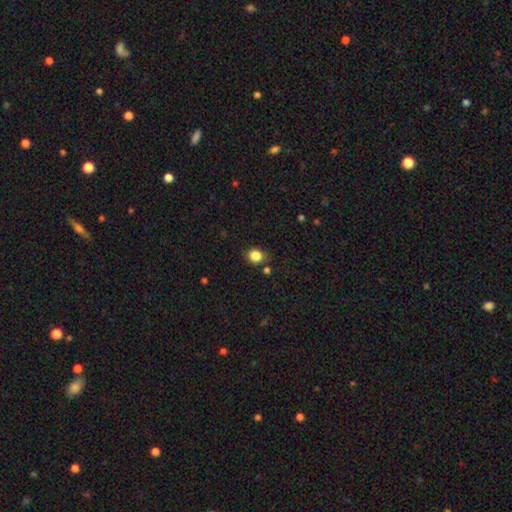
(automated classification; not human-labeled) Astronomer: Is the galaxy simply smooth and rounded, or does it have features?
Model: smooth — 84%.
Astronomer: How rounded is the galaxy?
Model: round — 72%.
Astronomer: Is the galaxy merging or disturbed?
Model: none — 80%.